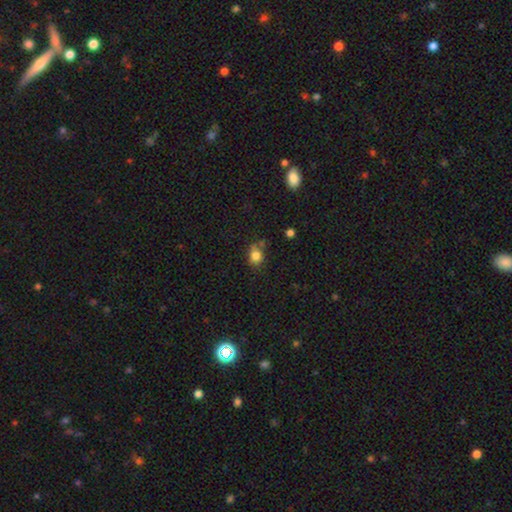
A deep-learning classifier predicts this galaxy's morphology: Smooth or featured? Predicted: smooth (p=0.80). How rounded? Predicted: round (p=0.63). Merging? Predicted: none (p=0.58).